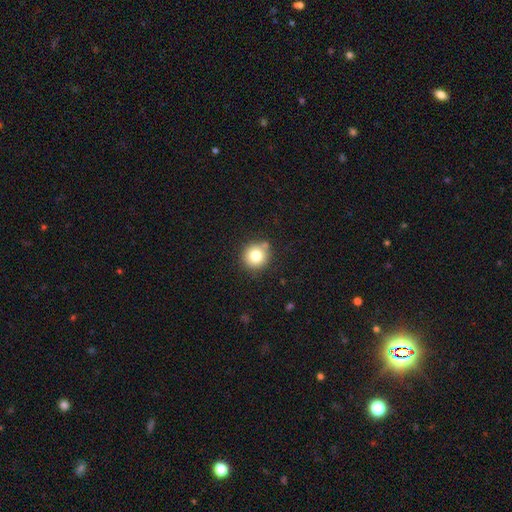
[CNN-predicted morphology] The model was most divided on "smooth or featured": smooth: 78%, star or artifact: 11%, featured or disk: 11%. More confident: how rounded — round (91%); merging — none (81%).